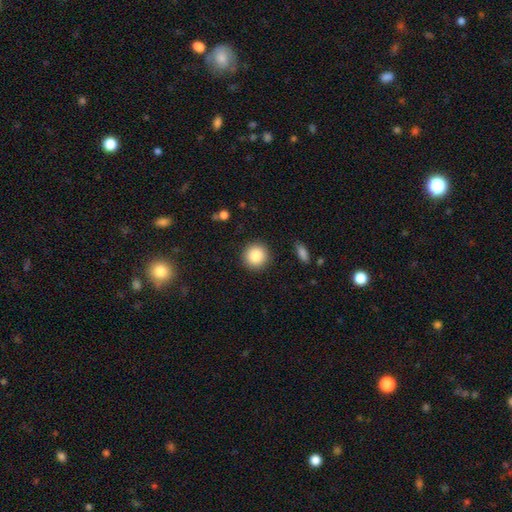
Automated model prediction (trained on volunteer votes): This appears to be a smooth galaxy with no disk features (87%) that is round (94%). Merging: none (90%).